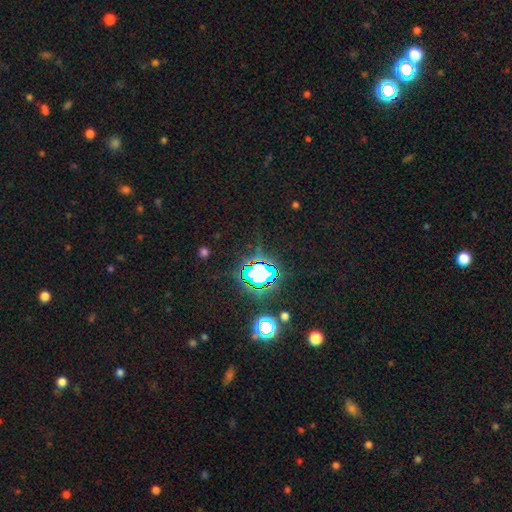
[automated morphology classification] This is clearly a star or artifact rather than a galaxy (82%).